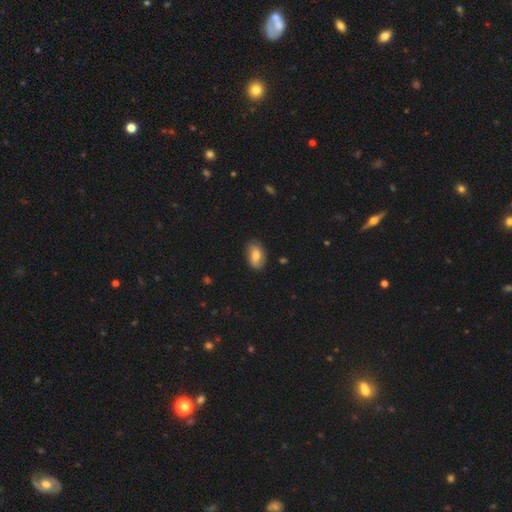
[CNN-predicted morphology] smooth-or-featured: smooth: 63% | featured or disk: 29% | star or artifact: 7%
  how-rounded: in between: 87% | round: 11% | cigar-shaped: 2%
  merging: none: 76% | minor disturbance: 18% | major disturbance: 4% | merger: 1%